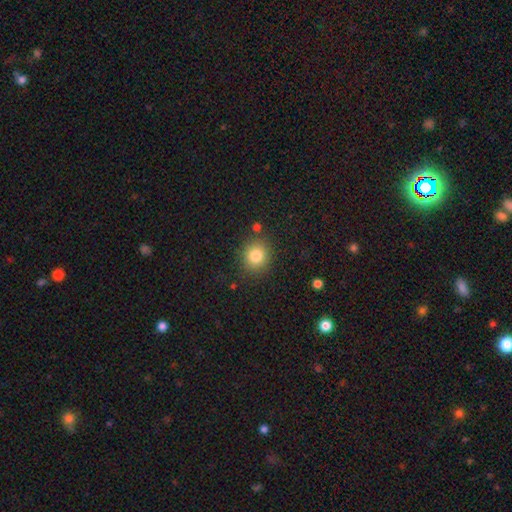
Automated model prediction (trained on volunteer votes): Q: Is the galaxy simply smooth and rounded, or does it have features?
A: smooth — 82%.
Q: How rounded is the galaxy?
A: round — 81%.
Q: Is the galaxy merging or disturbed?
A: none — 84%.